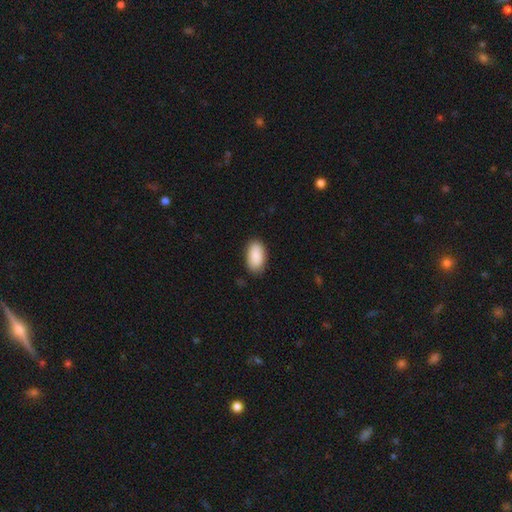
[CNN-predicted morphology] smooth 89%, star or artifact 6%, featured or disk 5%. Down the decision tree: how rounded — in between (94%); merging — none (85%).